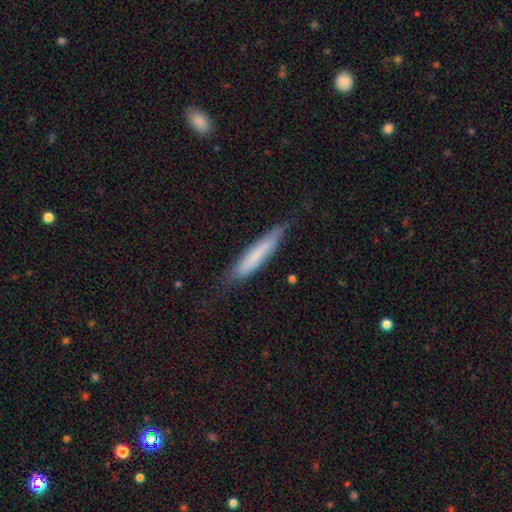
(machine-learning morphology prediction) smooth-or-featured: smooth: 63% | featured or disk: 31% | star or artifact: 6%
  how-rounded: cigar-shaped: 89% | in between: 9% | round: 1%
  merging: none: 67% | minor disturbance: 24% | major disturbance: 7% | merger: 2%